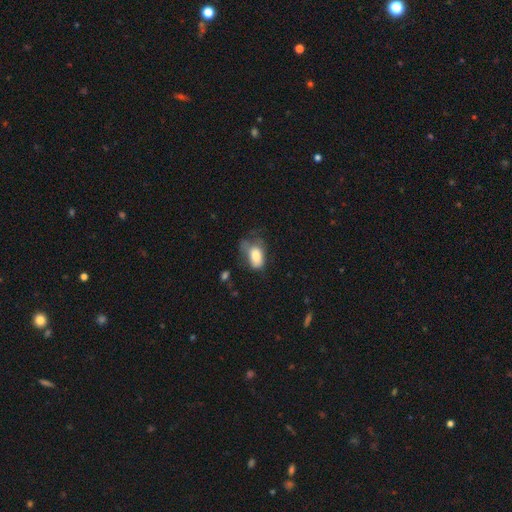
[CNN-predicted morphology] This is likely a smooth galaxy (75%). How rounded: clearly in between (87%). Merging: marginally minor disturbance (34%).